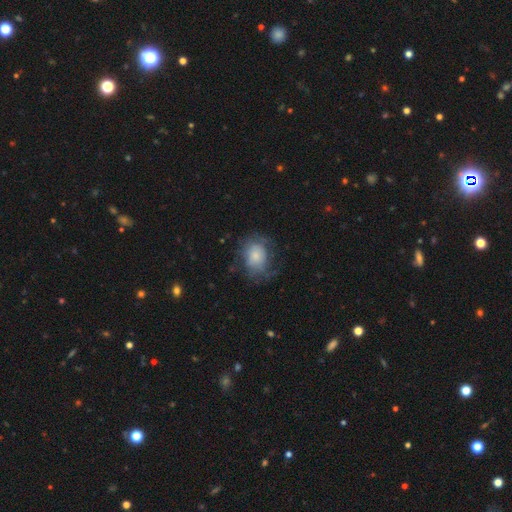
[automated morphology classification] This is possibly a smooth galaxy (58%). How rounded: possibly in between (50%). Merging: possibly none (50%).